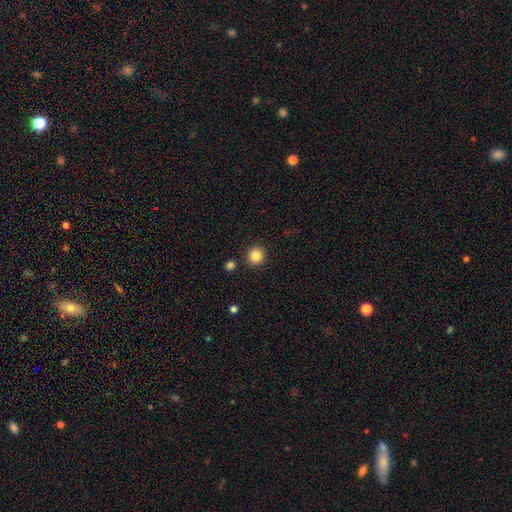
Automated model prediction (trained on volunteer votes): Morphology: type=smooth (85%); roundness=round (91%); merging=none (89%).